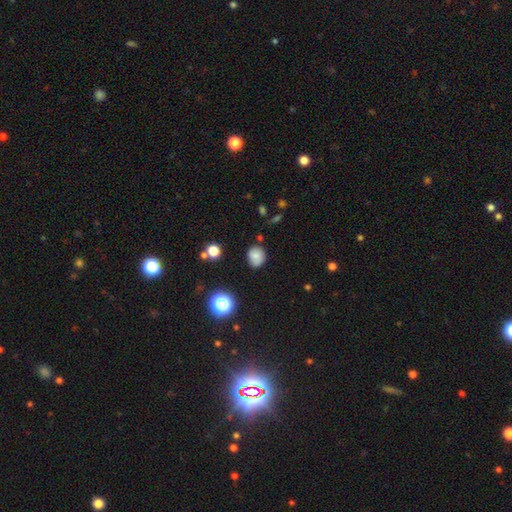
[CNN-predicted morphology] The model was most divided on "how rounded": round: 70%, in between: 29%, cigar-shaped: 1%. More confident: smooth or featured — smooth (77%); merging — none (76%).